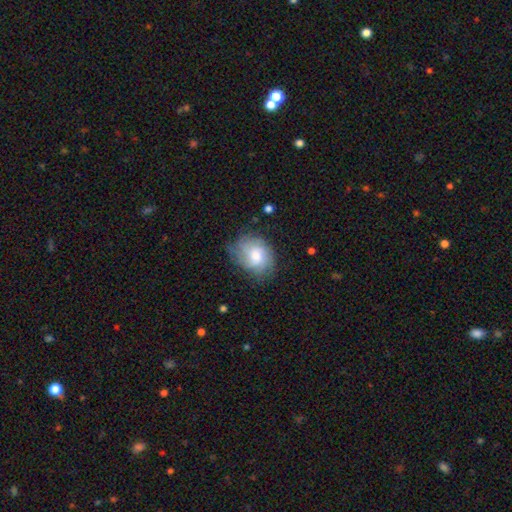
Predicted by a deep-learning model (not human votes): smooth-or-featured: smooth: 50% | featured or disk: 41% | star or artifact: 8%
  how-rounded: in between: 63% | round: 36% | cigar-shaped: 1%
  merging: none: 62% | minor disturbance: 26% | major disturbance: 11% | merger: 1%